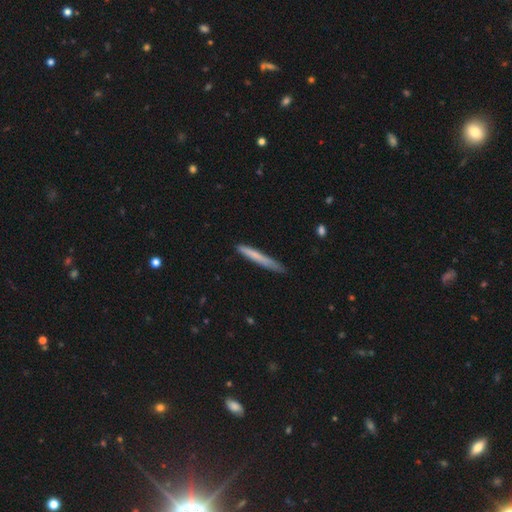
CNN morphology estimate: The model was most divided on "smooth or featured": smooth: 71%, featured or disk: 23%, star or artifact: 6%. More confident: how rounded — cigar-shaped (96%); merging — none (81%).